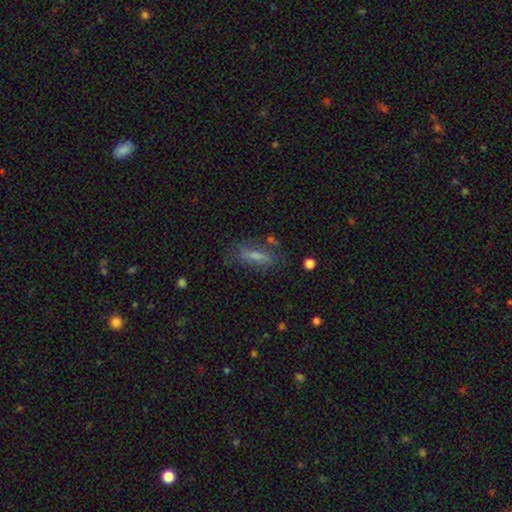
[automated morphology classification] A smooth galaxy with no disk features (52%) that is cigar-shaped (54%). Merging: none (71%).